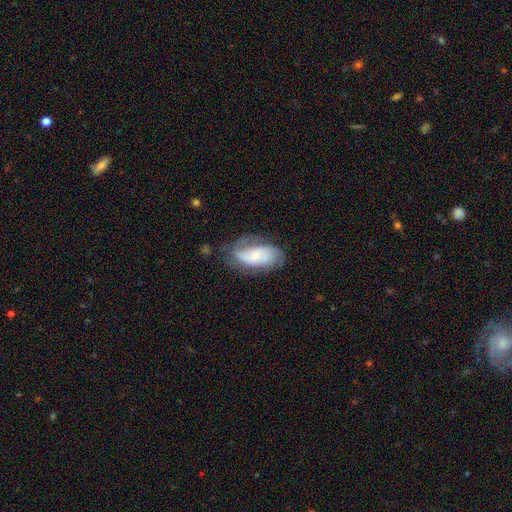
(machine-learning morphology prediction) This is likely a featured or disk galaxy (69%). It is clearly not viewed edge-on (95%). Bar: likely no (62%). Spiral arm pattern: clearly yes (89%). Spiral arm count: possibly 2 (50%). Spiral winding: marginally medium (41%). Central bulge: likely small (63%). Merging: likely none (61%).